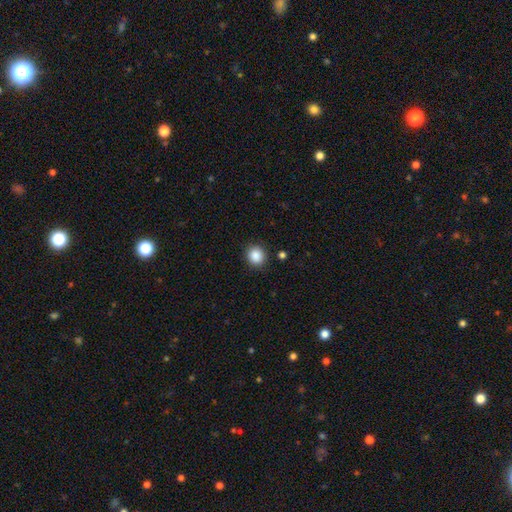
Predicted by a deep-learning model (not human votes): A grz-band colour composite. It shows a smooth galaxy with no disk features (87%) that is round (87%). Merging: none (89%).